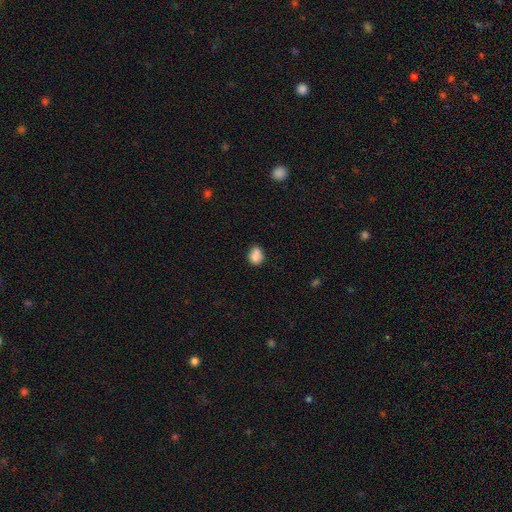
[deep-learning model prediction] Smooth or featured? Predicted: smooth (p=0.83). How rounded? Predicted: in between (p=0.51). Merging? Predicted: none (p=0.55).